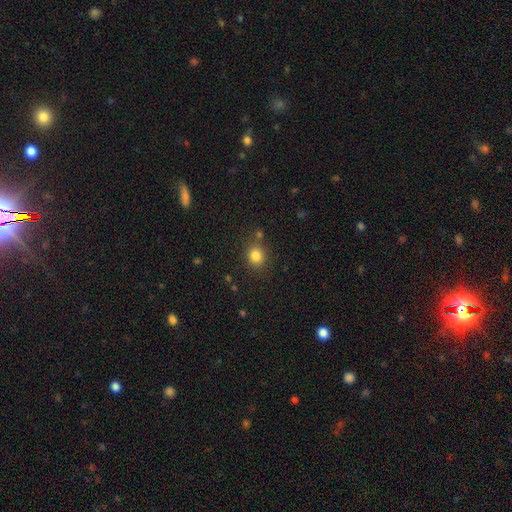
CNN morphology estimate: smooth 82%, star or artifact 12%, featured or disk 6%. Down the decision tree: how rounded — round (78%); merging — none (79%).